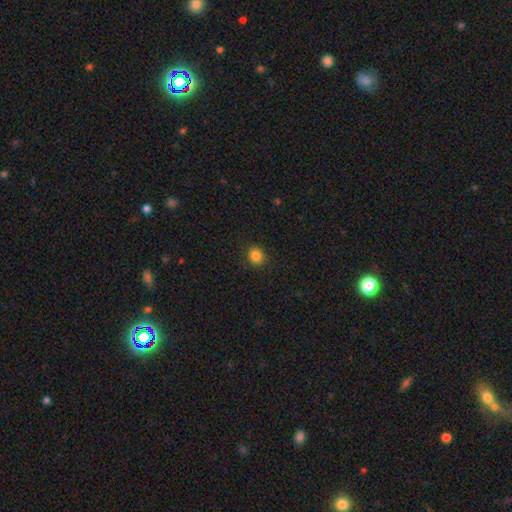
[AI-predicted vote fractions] A smooth galaxy with no disk features (84%) that is round (76%).

Vote fractions:
- Smooth or featured? smooth: 84% / star or artifact: 11% / featured or disk: 5%
- How rounded? round: 76% / in between: 23% / cigar-shaped: 1%
- Merging? none: 89% / minor disturbance: 8% / major disturbance: 2% / merger: 1%